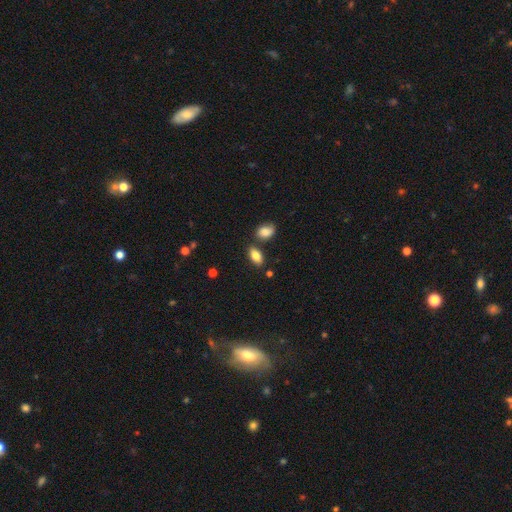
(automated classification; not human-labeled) Smooth or featured?
  - smooth: 83% *
  - featured or disk: 10%
  - star or artifact: 8%
How rounded?
  - in between: 91% *
  - round: 5%
  - cigar-shaped: 4%
Merging?
  - none: 75% *
  - minor disturbance: 11%
  - merger: 11%
  - major disturbance: 3%